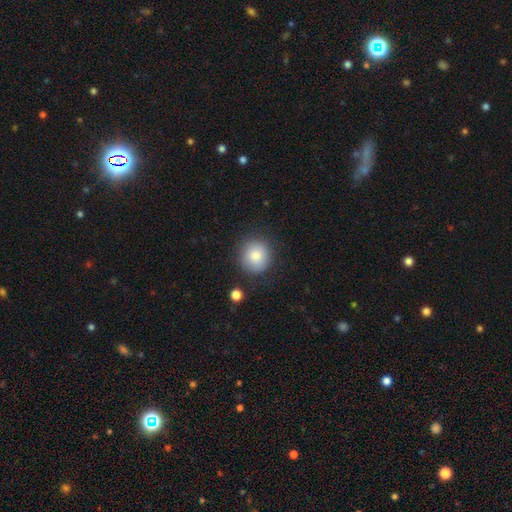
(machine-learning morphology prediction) smooth-or-featured: smooth: 81% | featured or disk: 10% | star or artifact: 9%
  how-rounded: round: 91% | in between: 8% | cigar-shaped: 1%
  merging: none: 84% | minor disturbance: 10% | major disturbance: 3% | merger: 2%